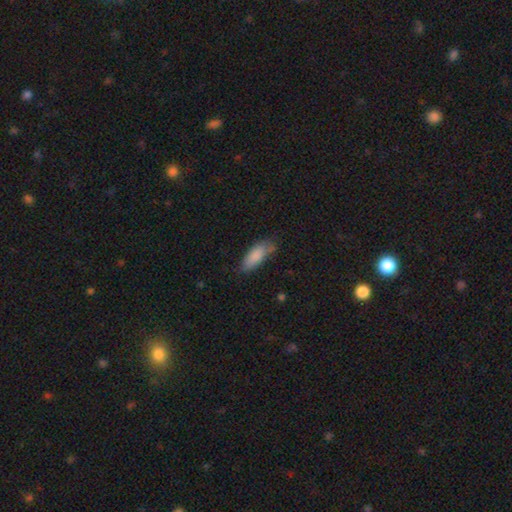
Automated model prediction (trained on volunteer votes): Smooth or featured? smooth (85%)
How rounded? in between (74%)
Merging? none (62%)